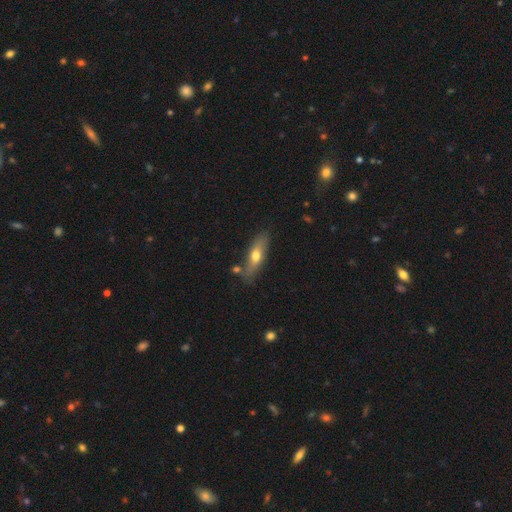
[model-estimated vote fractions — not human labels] smooth 59%, featured or disk 34%, star or artifact 6%. Down the decision tree: how rounded — in between (50%); merging — none (73%).